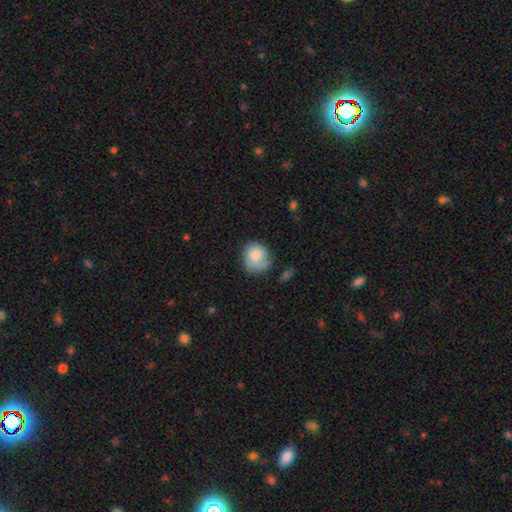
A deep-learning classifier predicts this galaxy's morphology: Overall: smooth (75%). How rounded: round (77%). Merging: none (54%; minor disturbance 31%).